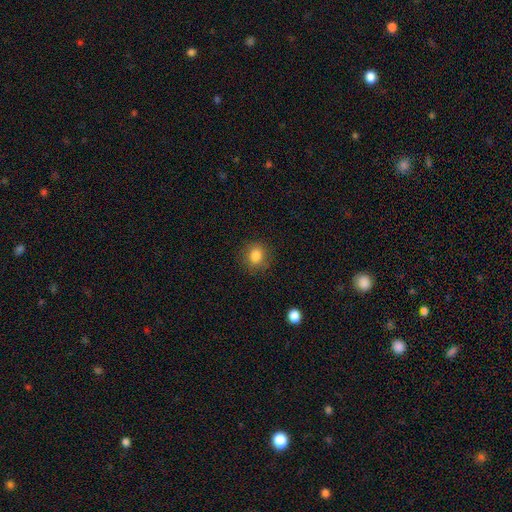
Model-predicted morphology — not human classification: type=smooth (84%); roundness=round (79%); merging=none (87%).